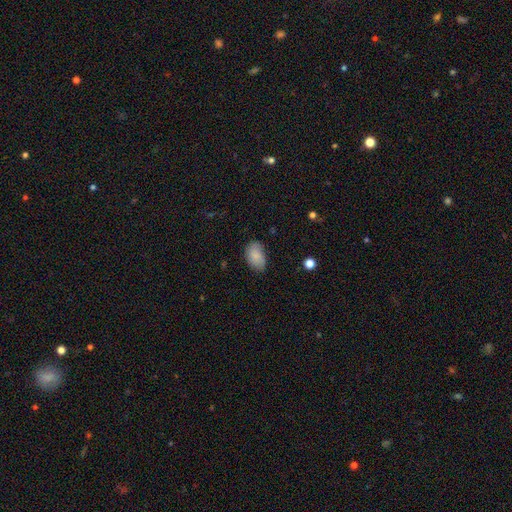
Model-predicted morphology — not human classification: smooth-or-featured: smooth: 85% | featured or disk: 8% | star or artifact: 7%
  how-rounded: in between: 91% | round: 8% | cigar-shaped: 1%
  merging: none: 74% | minor disturbance: 21% | major disturbance: 4% | merger: 1%